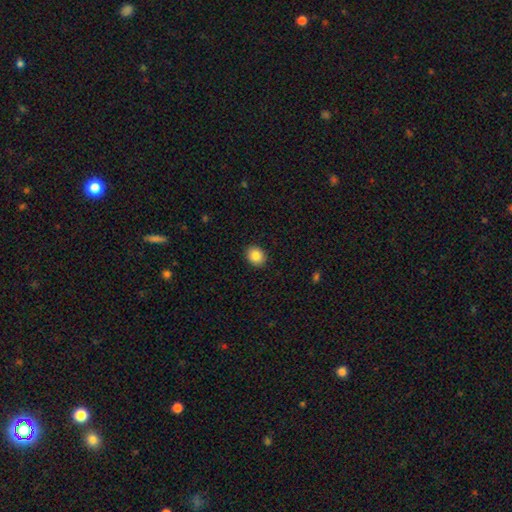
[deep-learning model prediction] The model was most divided on "how rounded": round: 58%, in between: 41%, cigar-shaped: 1%. More confident: merging — none (91%); smooth or featured — smooth (85%).